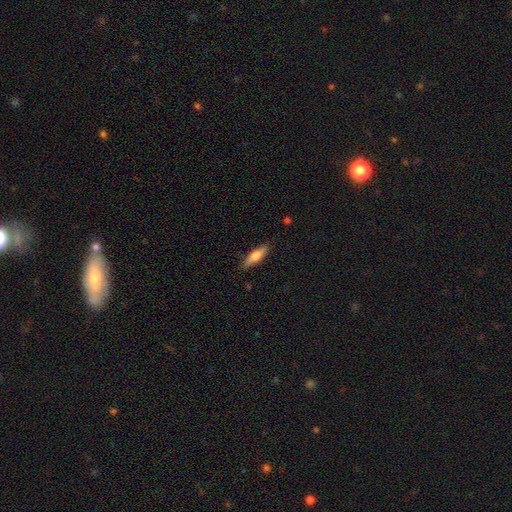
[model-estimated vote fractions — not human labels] Overall: smooth (70%). How rounded: cigar-shaped (59%; in between 39%). Merging: none (85%).